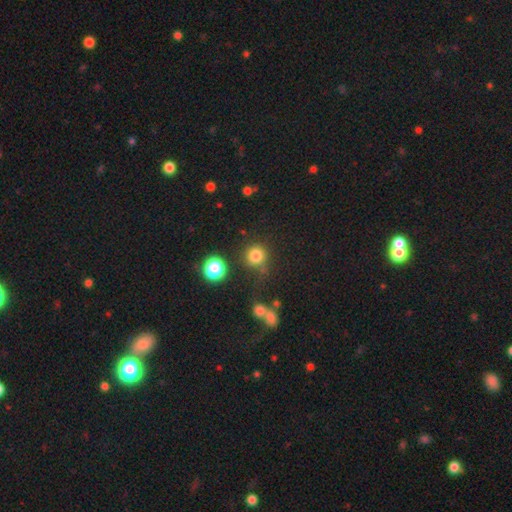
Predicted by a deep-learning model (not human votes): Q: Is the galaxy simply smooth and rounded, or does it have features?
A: smooth — 79%.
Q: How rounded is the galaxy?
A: round — 92%.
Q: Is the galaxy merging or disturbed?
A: none — 77%.